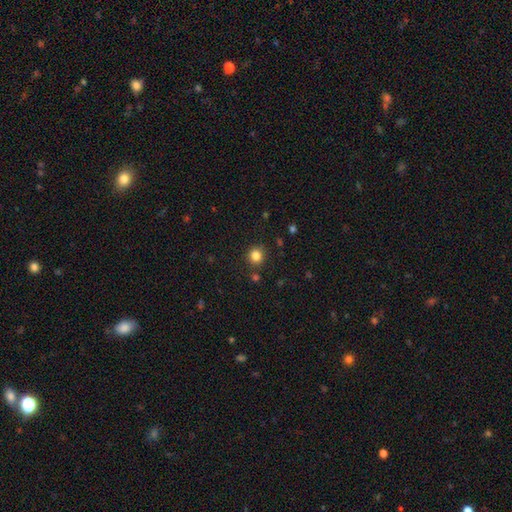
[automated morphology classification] smooth-or-featured: smooth: 83% | star or artifact: 12% | featured or disk: 5%
  how-rounded: round: 91% | in between: 8% | cigar-shaped: 1%
  merging: none: 88% | minor disturbance: 7% | merger: 3% | major disturbance: 2%